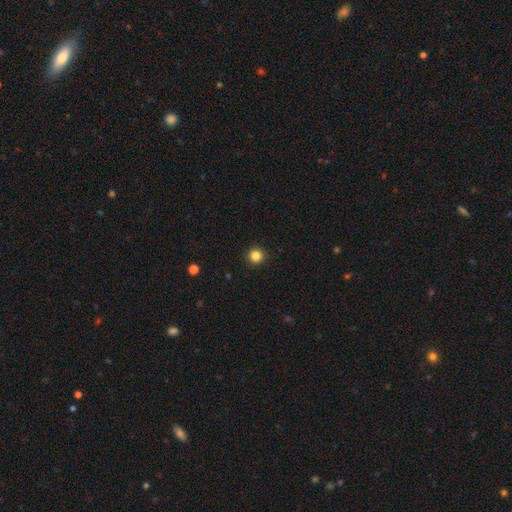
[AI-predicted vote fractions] Overall: smooth (85%). How rounded: round (95%). Merging: none (93%).